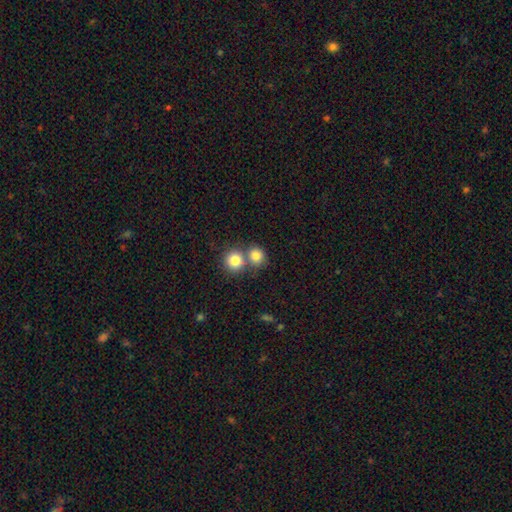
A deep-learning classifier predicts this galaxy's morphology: Smooth or featured: smooth — 82% (star or artifact — 10%)
How rounded: round — 82% (in between — 17%)
Merging: none — 49% (merger — 42%)